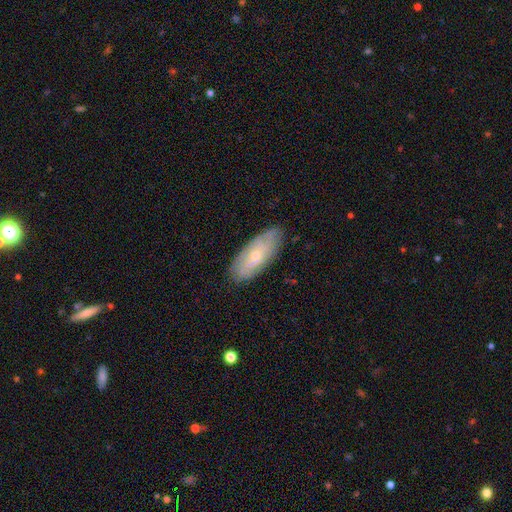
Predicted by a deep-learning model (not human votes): Smooth or featured?
  - featured or disk: 48% *
  - smooth: 46%
  - star or artifact: 7%
Merging?
  - none: 80% *
  - minor disturbance: 15%
  - major disturbance: 3%
  - merger: 1%